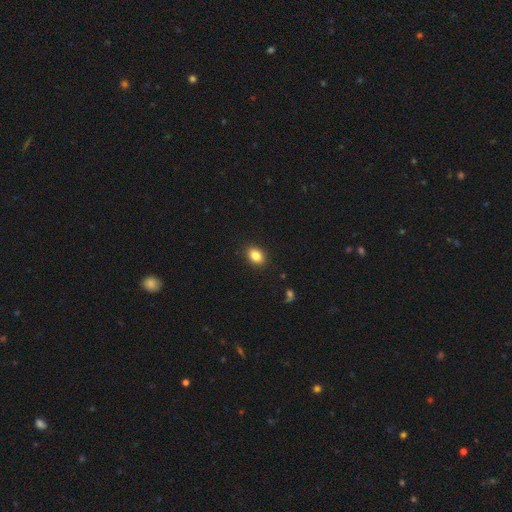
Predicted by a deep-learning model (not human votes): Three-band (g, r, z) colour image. It shows a smooth galaxy with no disk features (85%) that is in between round and cigar-shaped (75%). Merging: none (89%).